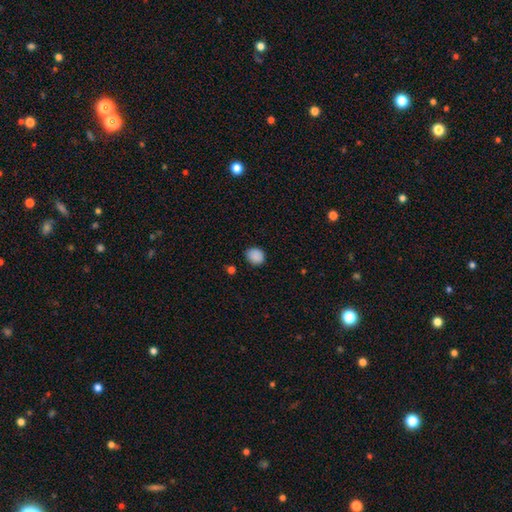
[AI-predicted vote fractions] Q: Smooth or featured?
A: smooth (88%); runner-up: star or artifact (9%)
Q: How rounded?
A: round (70%); runner-up: in between (29%)
Q: Merging?
A: none (84%); runner-up: minor disturbance (12%)